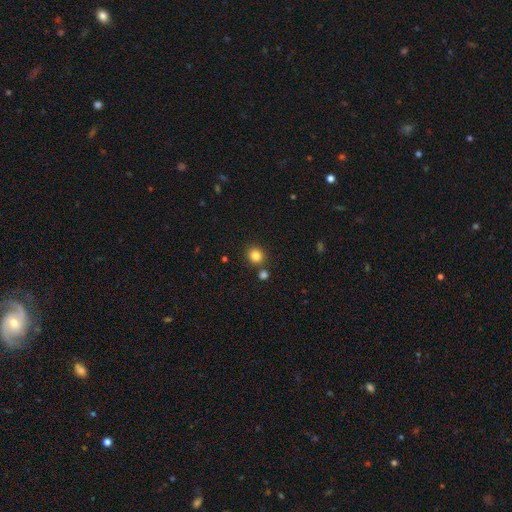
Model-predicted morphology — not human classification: A smooth galaxy with no disk features (84%) that is round (85%). Merging: none (81%).